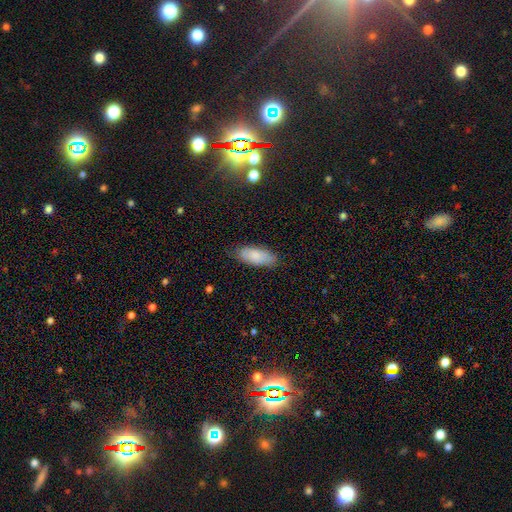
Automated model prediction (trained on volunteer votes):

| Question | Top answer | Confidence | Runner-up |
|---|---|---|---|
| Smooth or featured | smooth | 82% | featured or disk (11%) |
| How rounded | in between | 79% | cigar-shaped (19%) |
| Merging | none | 80% | minor disturbance (16%) |